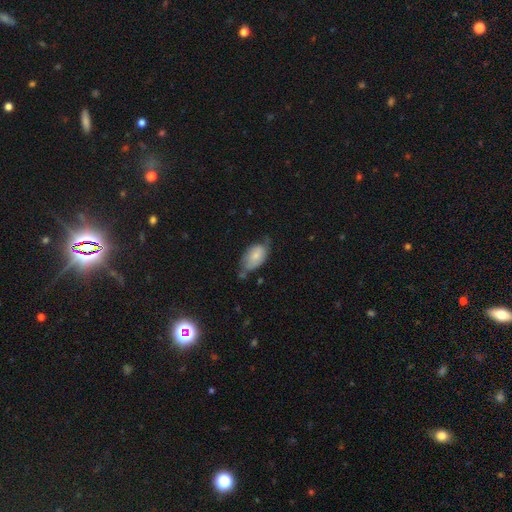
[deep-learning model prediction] Morphology: type=smooth (69%); roundness=in between (92%); merging=none (41%).